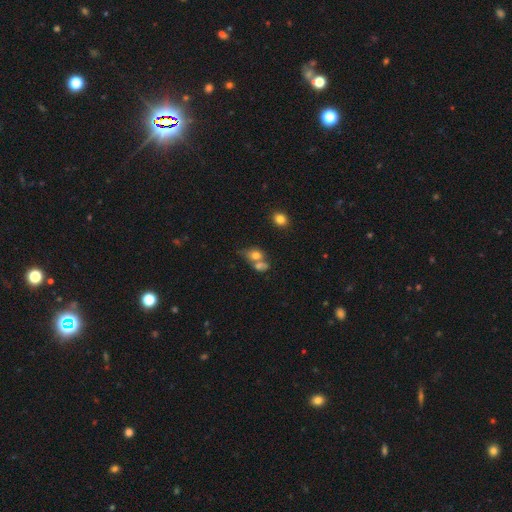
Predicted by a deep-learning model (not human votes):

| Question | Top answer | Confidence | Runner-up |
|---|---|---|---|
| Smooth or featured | smooth | 72% | featured or disk (16%) |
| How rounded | in between | 64% | round (33%) |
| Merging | merger | 52% | none (29%) |